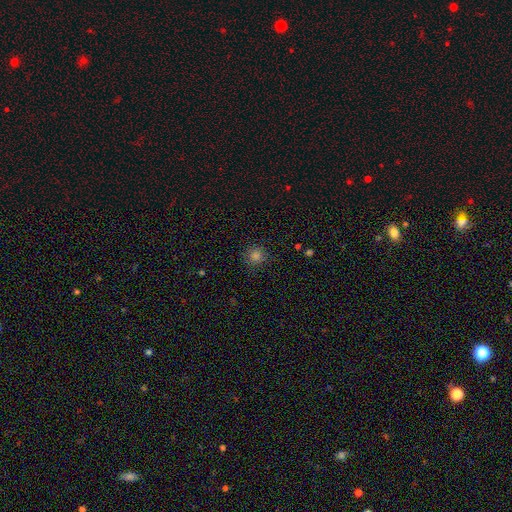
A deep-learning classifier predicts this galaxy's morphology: The model was most divided on "smooth or featured": smooth: 78%, star or artifact: 17%, featured or disk: 5%. More confident: how rounded — round (93%); merging — none (88%).